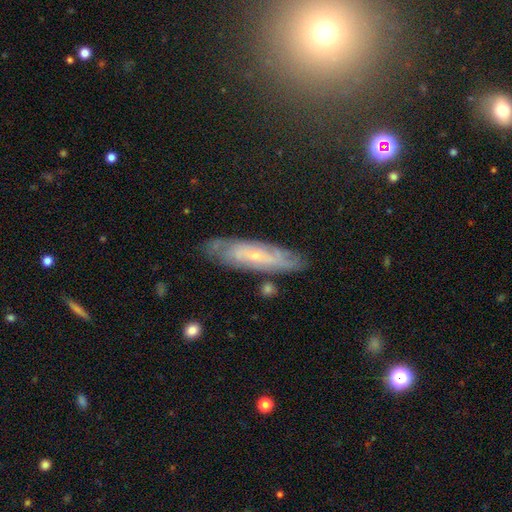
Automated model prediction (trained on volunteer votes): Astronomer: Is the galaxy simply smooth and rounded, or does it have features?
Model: featured or disk — 68%.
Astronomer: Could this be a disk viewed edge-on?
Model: no — 69%.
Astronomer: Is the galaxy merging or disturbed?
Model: none — 77%.